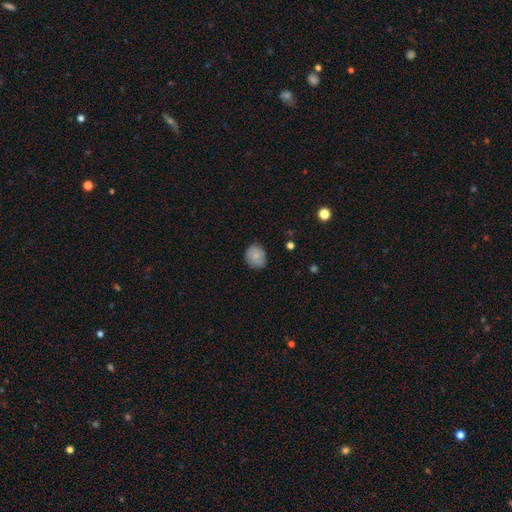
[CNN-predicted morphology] A smooth galaxy with no disk features (77%) that is round (71%). Merging: none (78%).